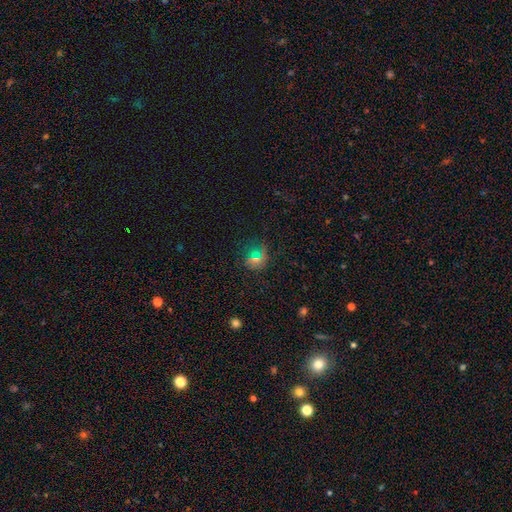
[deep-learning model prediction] Smooth or featured? smooth (50%)
Merging? none (75%)